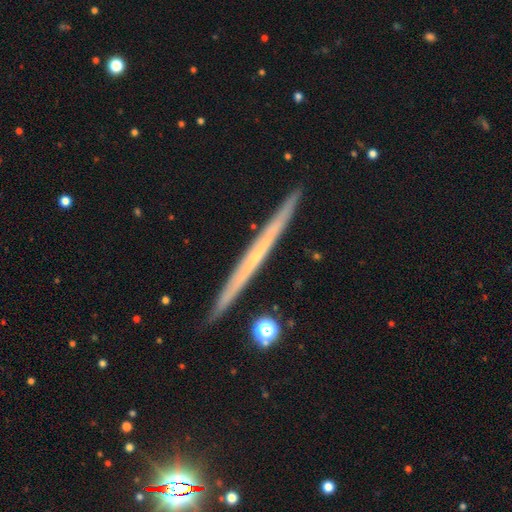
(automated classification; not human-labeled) Smooth or featured? featured or disk (67%)
Edge-on disk? yes (97%)
Edge-on bulge? none (84%)
Merging? none (91%)